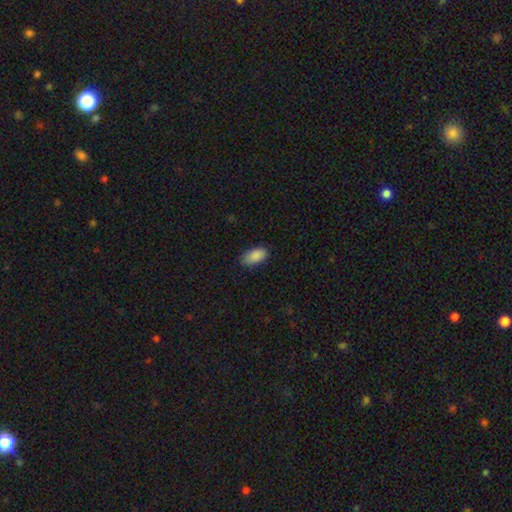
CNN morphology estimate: Smooth or featured?
  - smooth: 89% *
  - star or artifact: 7%
  - featured or disk: 4%
How rounded?
  - in between: 93% *
  - cigar-shaped: 4%
  - round: 3%
Merging?
  - none: 80% *
  - minor disturbance: 16%
  - major disturbance: 3%
  - merger: 1%